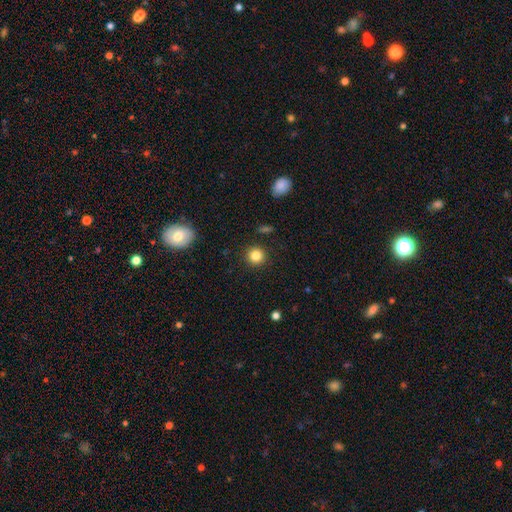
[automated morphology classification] Smooth or featured?
  - smooth: 84% *
  - star or artifact: 11%
  - featured or disk: 5%
How rounded?
  - round: 93% *
  - in between: 6%
  - cigar-shaped: 1%
Merging?
  - none: 91% *
  - minor disturbance: 5%
  - major disturbance: 2%
  - merger: 1%